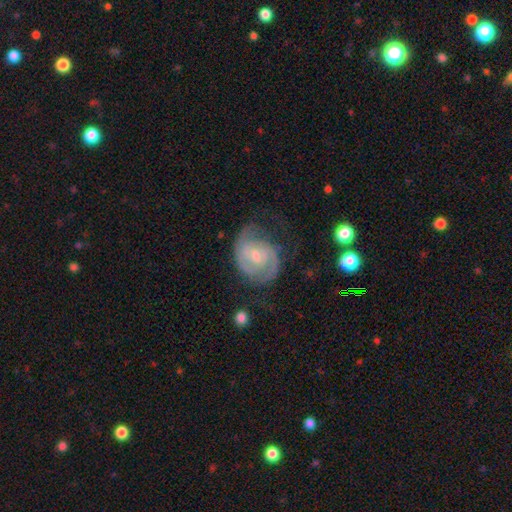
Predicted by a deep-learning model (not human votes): Smooth or featured?
  - featured or disk: 80% *
  - smooth: 14%
  - star or artifact: 6%
Edge-on disk?
  - no: 98% *
  - yes: 2%
Bar?
  - no: 49% *
  - weak: 44%
  - strong: 7%
Spiral arms?
  - yes: 93% *
  - no: 7%
Spiral winding?
  - tight: 48% *
  - medium: 40%
  - loose: 12%
Spiral arm count?
  - 2: 66% *
  - can't tell: 17%
  - 3: 7%
  - 1: 6%
  - 4: 2%
  - more than 4: 2%
Bulge size?
  - small: 60% *
  - moderate: 33%
  - none: 5%
  - large: 2%
  - dominant: 1%
Merging?
  - none: 55% *
  - minor disturbance: 25%
  - major disturbance: 18%
  - merger: 2%